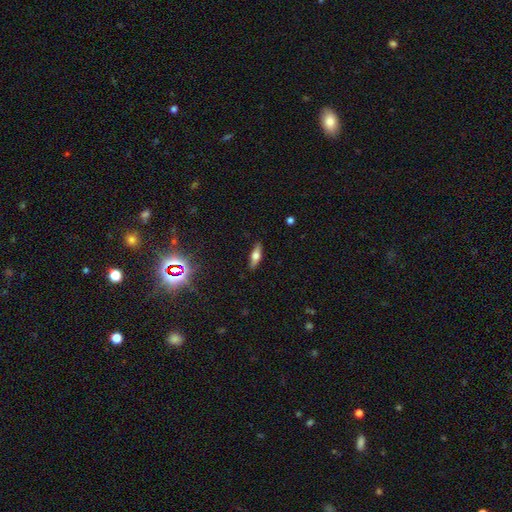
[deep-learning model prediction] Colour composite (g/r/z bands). It shows a smooth galaxy with no disk features (52%) that is cigar-shaped (49%). Merging: none (88%).